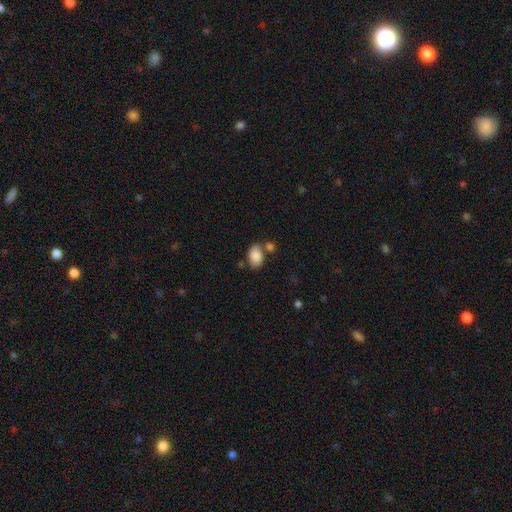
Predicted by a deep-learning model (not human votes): This is clearly a smooth galaxy (86%). How rounded: clearly in between (82%). Merging: possibly none (55%).